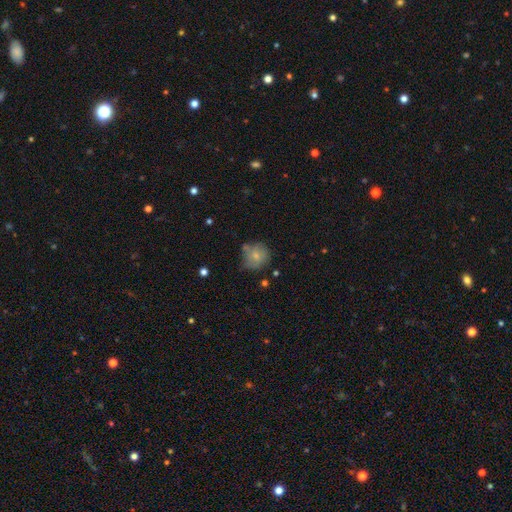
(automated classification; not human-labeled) Morphology: type=smooth (72%); roundness=round (85%); merging=none (58%).